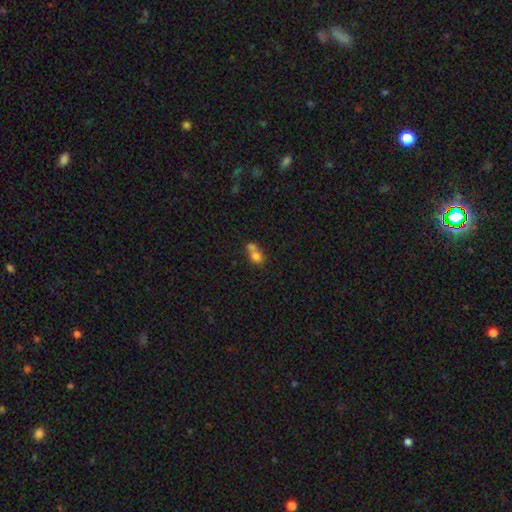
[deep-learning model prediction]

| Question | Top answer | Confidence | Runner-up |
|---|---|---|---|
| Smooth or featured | smooth | 73% | featured or disk (15%) |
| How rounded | round | 56% | in between (42%) |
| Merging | merger | 65% | none (23%) |